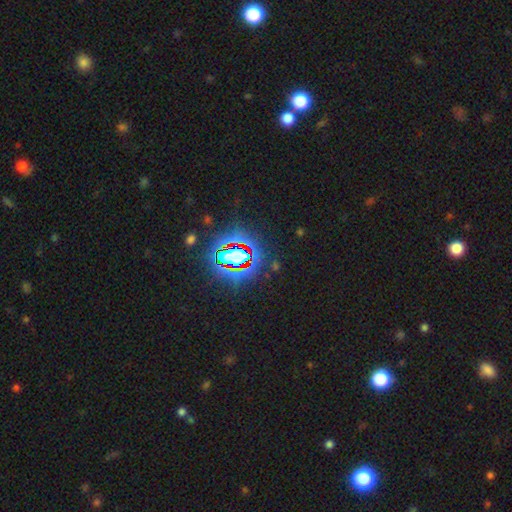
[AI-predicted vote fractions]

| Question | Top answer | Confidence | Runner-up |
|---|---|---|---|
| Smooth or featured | star or artifact | 83% | smooth (10%) |